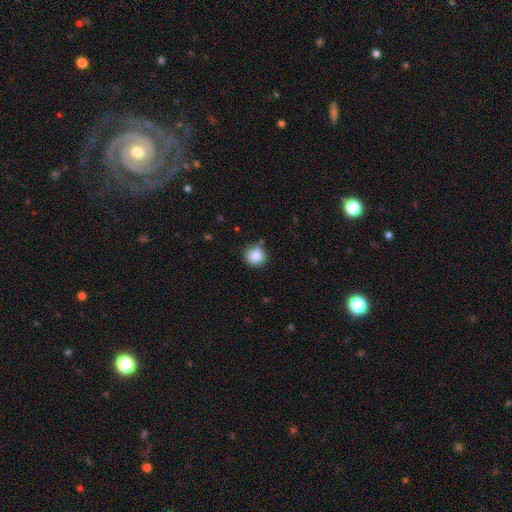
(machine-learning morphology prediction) type=smooth (85%); roundness=round (89%); merging=none (78%).